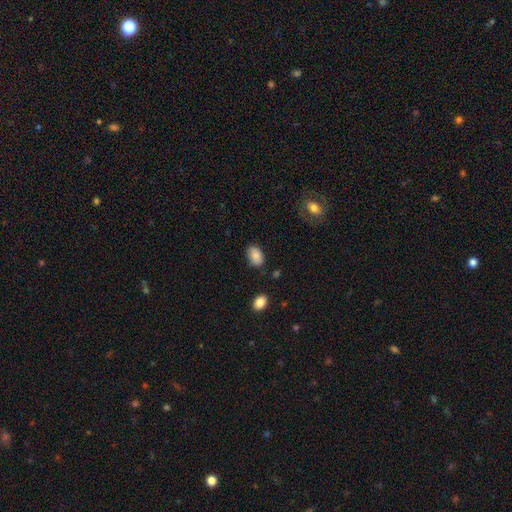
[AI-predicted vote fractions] Morphology: type=smooth (87%); roundness=in between (89%); merging=none (82%).